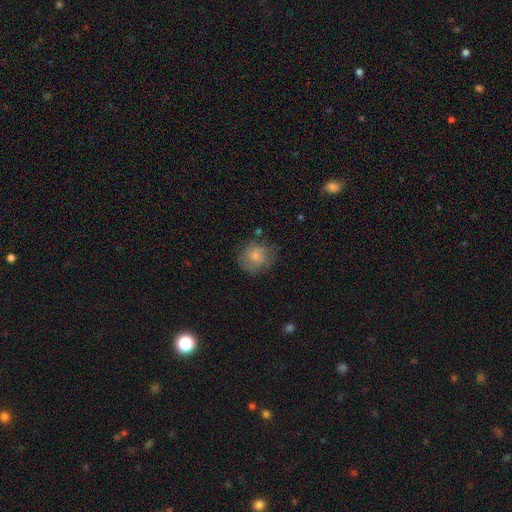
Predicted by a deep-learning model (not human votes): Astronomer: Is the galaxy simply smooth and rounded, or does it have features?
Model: smooth — 62%.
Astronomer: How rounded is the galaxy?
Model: round — 84%.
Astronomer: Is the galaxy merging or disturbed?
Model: none — 71%.